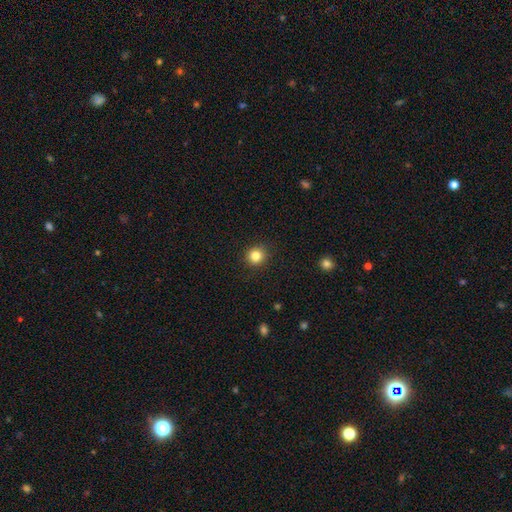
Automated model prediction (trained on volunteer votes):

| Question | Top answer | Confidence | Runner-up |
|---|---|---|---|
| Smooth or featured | smooth | 84% | star or artifact (11%) |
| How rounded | round | 91% | in between (8%) |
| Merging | none | 91% | minor disturbance (6%) |